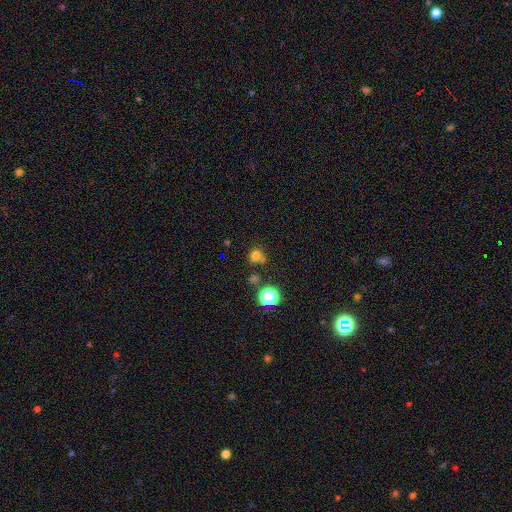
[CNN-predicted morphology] smooth_or_featured: smooth (p=0.71) [alt: star or artifact p=0.21]
how_rounded: round (p=0.84) [alt: in between p=0.15]
merging: none (p=0.65) [alt: merger p=0.21]